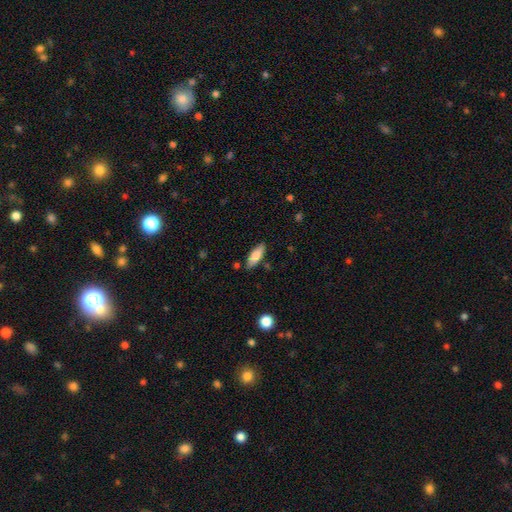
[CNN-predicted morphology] Smooth or featured?
  - smooth: 82% *
  - featured or disk: 12%
  - star or artifact: 6%
How rounded?
  - in between: 69% *
  - cigar-shaped: 29%
  - round: 2%
Merging?
  - none: 83% *
  - minor disturbance: 12%
  - merger: 3%
  - major disturbance: 2%